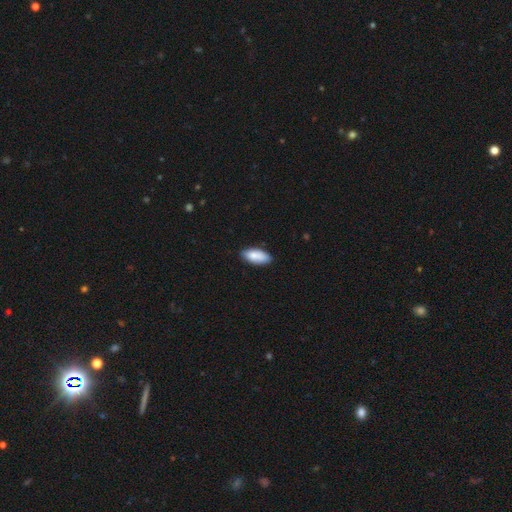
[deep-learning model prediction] Q: Smooth or featured?
A: smooth (85%); runner-up: featured or disk (9%)
Q: How rounded?
A: in between (89%); runner-up: cigar-shaped (9%)
Q: Merging?
A: none (82%); runner-up: minor disturbance (14%)